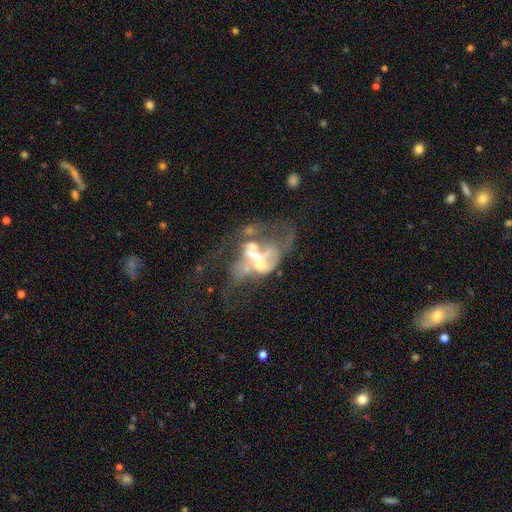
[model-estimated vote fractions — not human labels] A featured or disk galaxy (71%) with no bar (73%), no spiral arms (75%) and a moderate central bulge (41%). Merging: merger (48%).